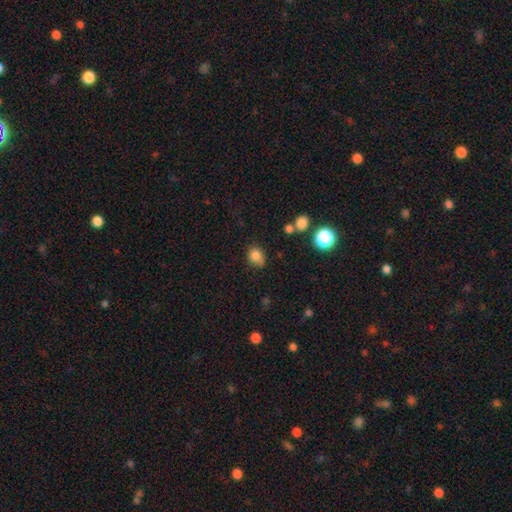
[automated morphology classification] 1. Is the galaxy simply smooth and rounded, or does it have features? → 82% smooth, 12% star or artifact, 6% featured or disk.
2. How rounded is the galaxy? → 61% round, 38% in between, 1% cigar-shaped.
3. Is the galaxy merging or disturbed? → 67% none, 24% minor disturbance, 5% major disturbance, 4% merger.